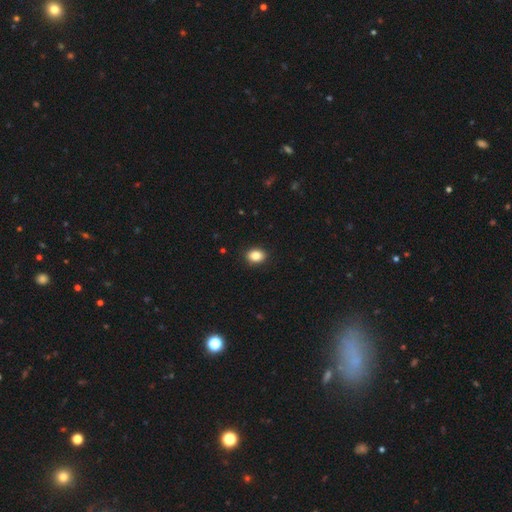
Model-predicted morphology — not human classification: The model was most divided on "how rounded": in between: 61%, round: 38%, cigar-shaped: 1%. More confident: merging — none (90%); smooth or featured — smooth (86%).